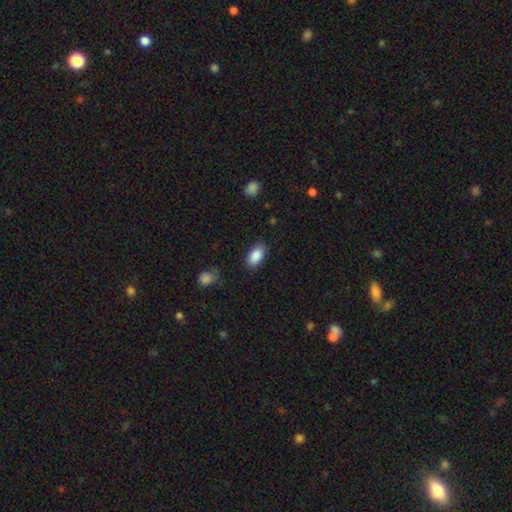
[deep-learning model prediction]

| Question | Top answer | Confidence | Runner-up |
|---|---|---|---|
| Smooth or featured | smooth | 89% | star or artifact (7%) |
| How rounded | in between | 93% | round (4%) |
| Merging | none | 84% | minor disturbance (12%) |